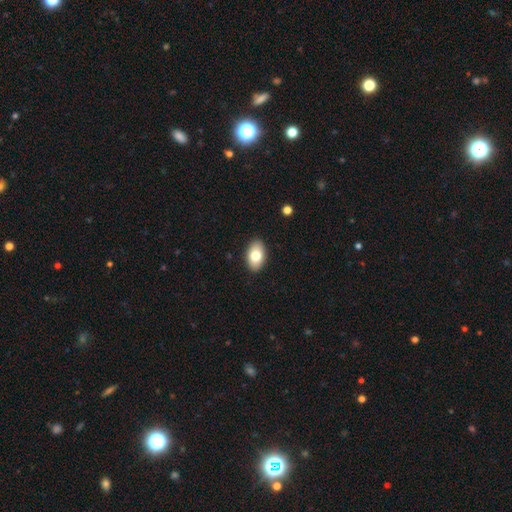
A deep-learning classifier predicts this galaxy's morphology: This appears to be a smooth galaxy with no disk features (77%) that is in between round and cigar-shaped (93%). Merging: none (89%).